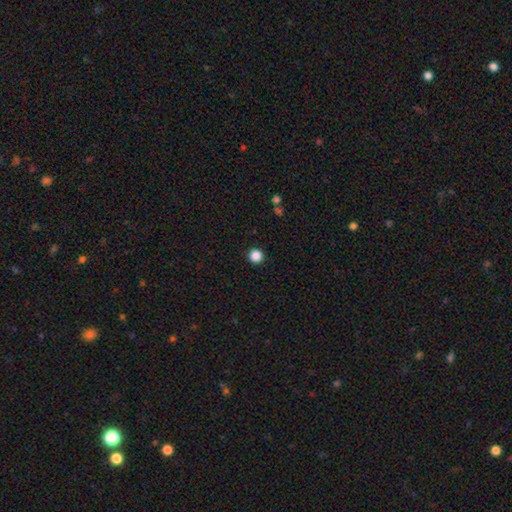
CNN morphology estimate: Overall: smooth (86%). How rounded: round (96%). Merging: none (93%).